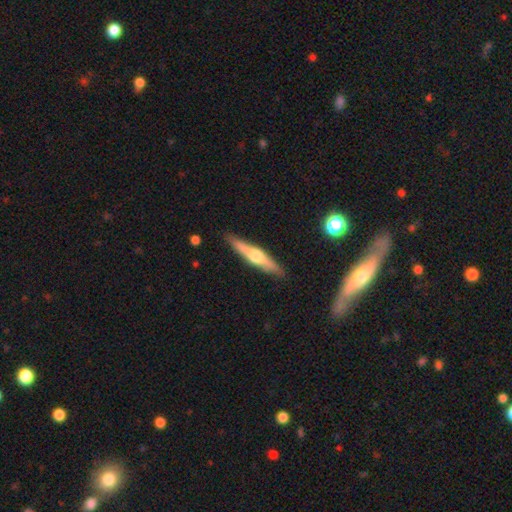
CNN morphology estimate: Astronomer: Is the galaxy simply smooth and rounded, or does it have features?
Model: featured or disk — 62%.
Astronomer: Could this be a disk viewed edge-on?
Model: yes — 95%.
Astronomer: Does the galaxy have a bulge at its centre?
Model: rounded — 90%.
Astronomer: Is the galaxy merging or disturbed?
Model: none — 88%.